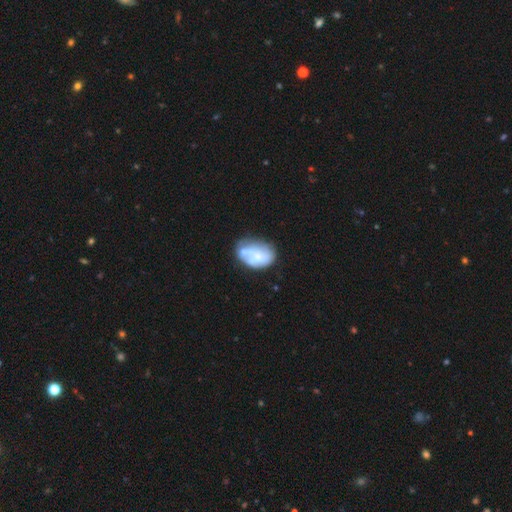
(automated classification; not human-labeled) smooth-or-featured: smooth: 47% | featured or disk: 46% | star or artifact: 8%
  merging: none: 38% | minor disturbance: 27% | merger: 19% | major disturbance: 16%